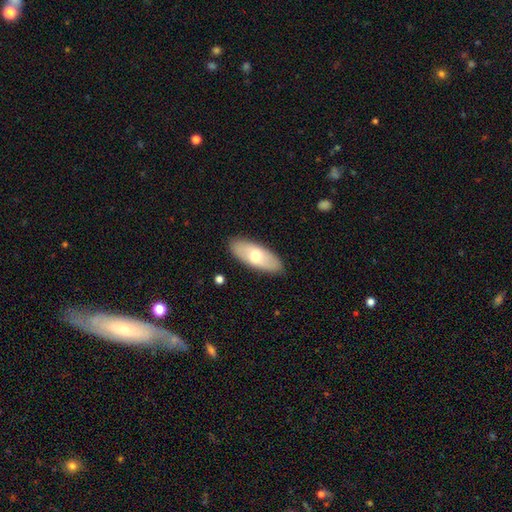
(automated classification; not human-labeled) A smooth galaxy with no disk features (64%) that is in between round and cigar-shaped (79%).

Vote fractions:
- Smooth or featured? smooth: 64% / featured or disk: 31% / star or artifact: 5%
- How rounded? in between: 79% / cigar-shaped: 19% / round: 2%
- Merging? none: 88% / minor disturbance: 9% / major disturbance: 2% / merger: 1%